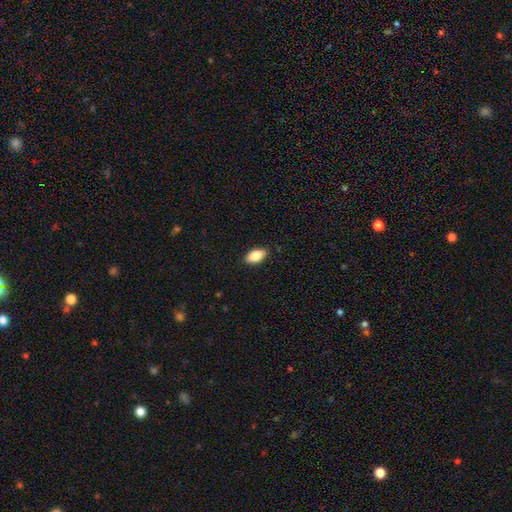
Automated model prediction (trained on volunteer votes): Overall: smooth (84%). How rounded: in between (91%). Merging: none (88%).